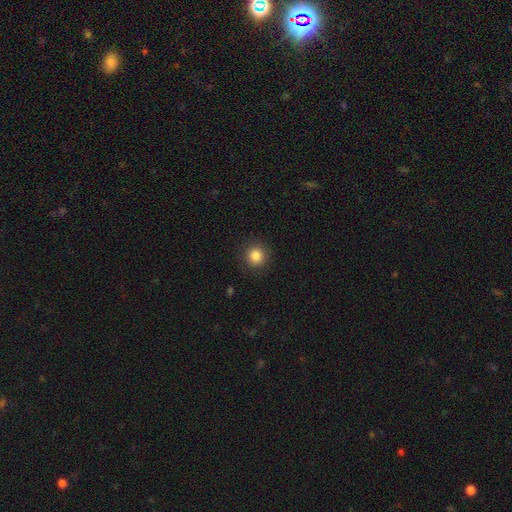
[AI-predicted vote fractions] This is clearly a smooth galaxy (85%). How rounded: clearly round (94%). Merging: clearly none (91%).